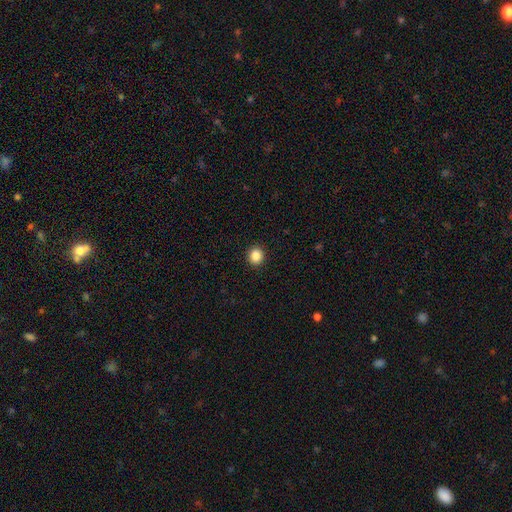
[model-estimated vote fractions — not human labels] Q: Smooth or featured?
A: smooth (85%); runner-up: star or artifact (10%)
Q: How rounded?
A: round (84%); runner-up: in between (15%)
Q: Merging?
A: none (93%); runner-up: minor disturbance (5%)